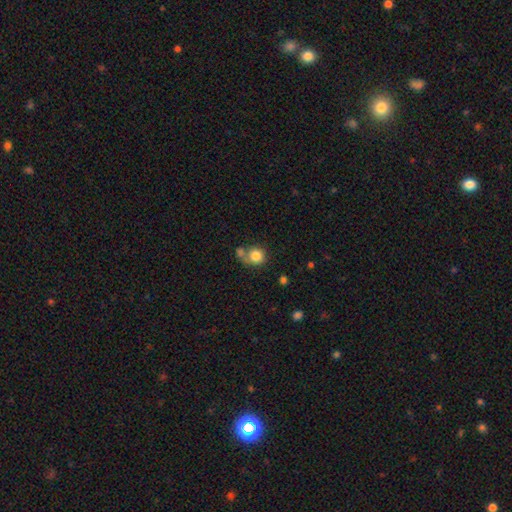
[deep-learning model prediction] Overall: smooth (82%). How rounded: round (86%). Merging: none (48%; merger 32%).